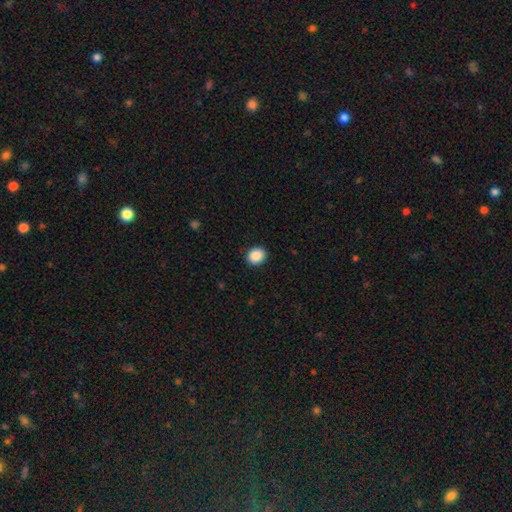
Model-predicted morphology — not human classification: Q: Smooth or featured?
A: smooth (89%); runner-up: star or artifact (8%)
Q: How rounded?
A: round (70%); runner-up: in between (29%)
Q: Merging?
A: none (90%); runner-up: minor disturbance (7%)